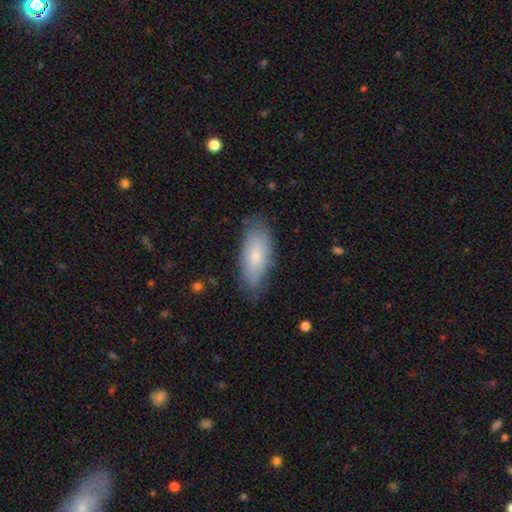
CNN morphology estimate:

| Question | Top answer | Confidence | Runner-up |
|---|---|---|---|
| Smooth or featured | smooth | 74% | featured or disk (20%) |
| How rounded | in between | 82% | cigar-shaped (16%) |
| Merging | none | 74% | minor disturbance (20%) |